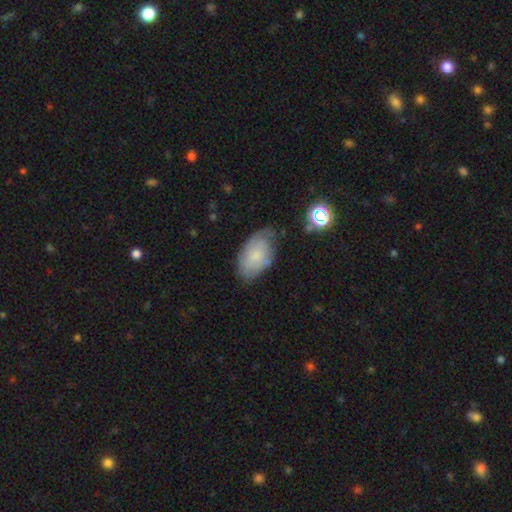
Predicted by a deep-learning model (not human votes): This appears to be a smooth galaxy with no disk features (59%) that is in between round and cigar-shaped (92%). Merging: none (57%).